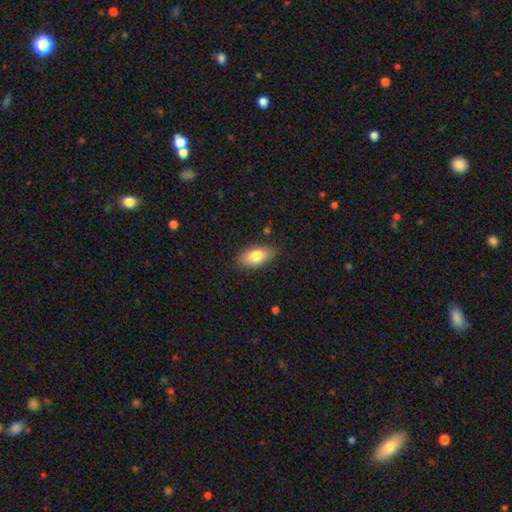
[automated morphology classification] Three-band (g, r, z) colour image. It shows a smooth galaxy with no disk features (79%) that is in between round and cigar-shaped (88%). Merging: none (84%).